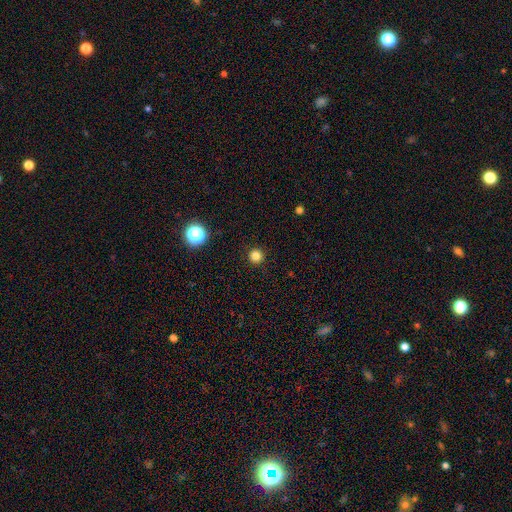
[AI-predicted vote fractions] The model was most divided on "smooth or featured": smooth: 82%, star or artifact: 14%, featured or disk: 4%. More confident: how rounded — round (96%); merging — none (93%).